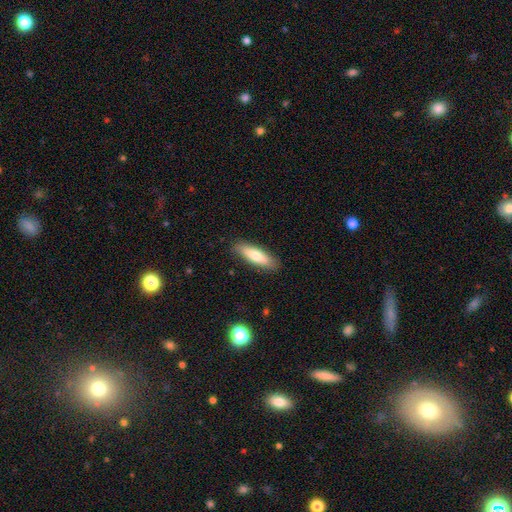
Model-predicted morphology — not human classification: Smooth or featured? Predicted: smooth (p=0.73). How rounded? Predicted: cigar-shaped (p=0.55). Merging? Predicted: none (p=0.88).